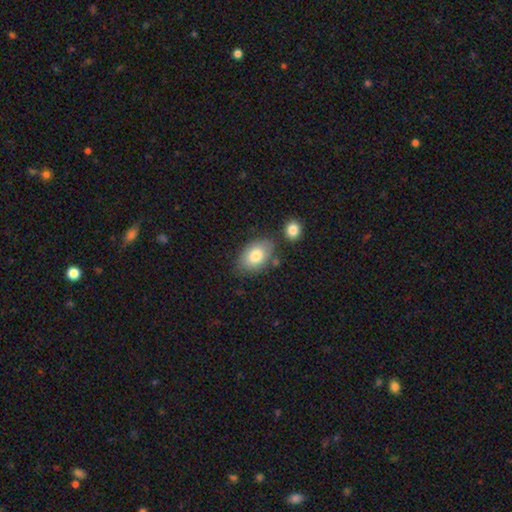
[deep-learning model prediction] Smooth or featured? smooth (80%)
How rounded? in between (88%)
Merging? none (69%)